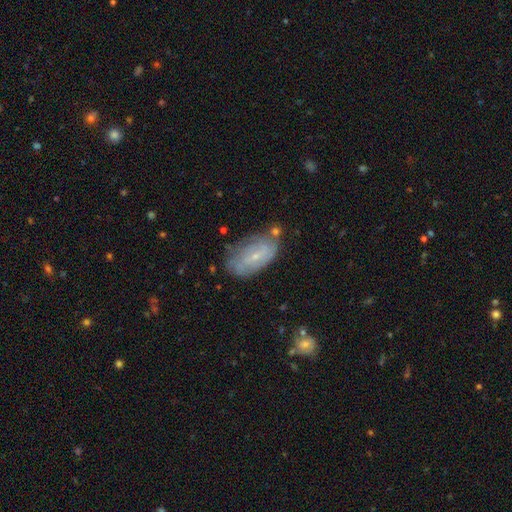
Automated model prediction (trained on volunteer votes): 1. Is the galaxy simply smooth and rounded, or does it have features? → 55% featured or disk, 36% smooth, 9% star or artifact.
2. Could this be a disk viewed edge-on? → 91% no, 9% yes.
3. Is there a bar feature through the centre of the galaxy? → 60% no, 32% weak, 8% strong.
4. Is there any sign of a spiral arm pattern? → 62% yes, 38% no.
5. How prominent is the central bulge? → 79% small, 16% moderate, 3% none, 1% large, 1% dominant.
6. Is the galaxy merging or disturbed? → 59% none, 25% minor disturbance, 9% major disturbance, 6% merger.